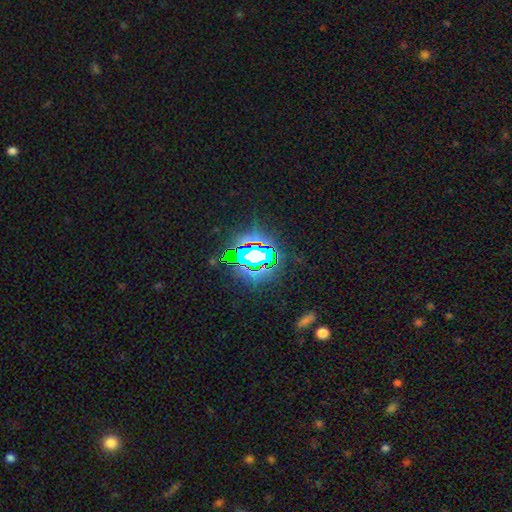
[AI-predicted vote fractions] Smooth or featured? Predicted: star or artifact (p=0.74).